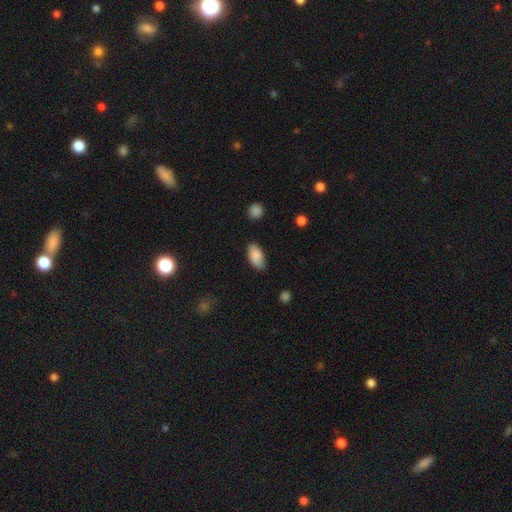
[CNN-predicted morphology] type=smooth (86%); roundness=in between (93%); merging=none (80%).